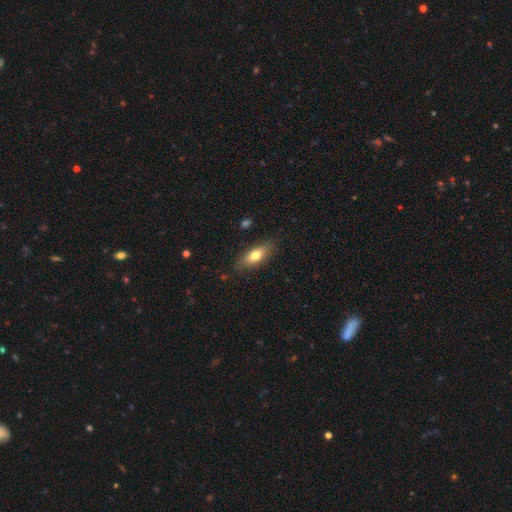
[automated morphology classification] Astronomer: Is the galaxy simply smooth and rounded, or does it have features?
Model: smooth — 73%.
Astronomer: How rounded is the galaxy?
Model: in between — 77%.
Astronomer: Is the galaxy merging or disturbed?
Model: none — 83%.